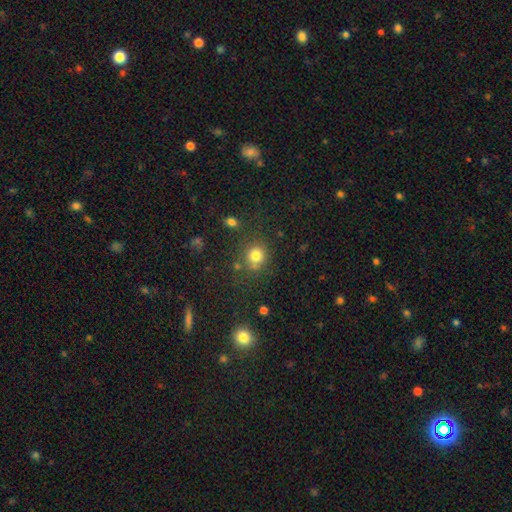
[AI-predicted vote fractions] Morphology: type=smooth (79%); roundness=round (83%); merging=none (74%).